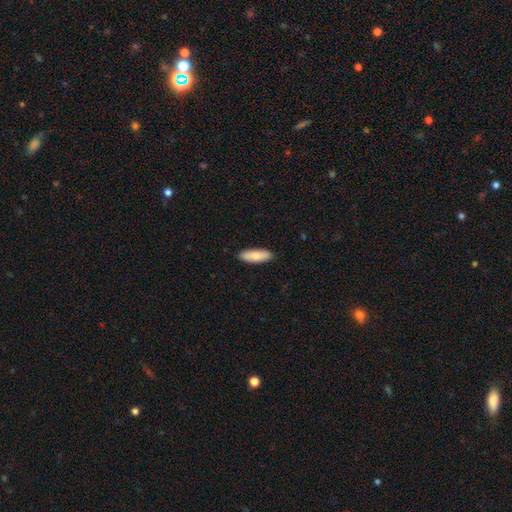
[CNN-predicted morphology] A smooth galaxy with no disk features (84%) that is in between round and cigar-shaped (55%). Merging: none (89%).